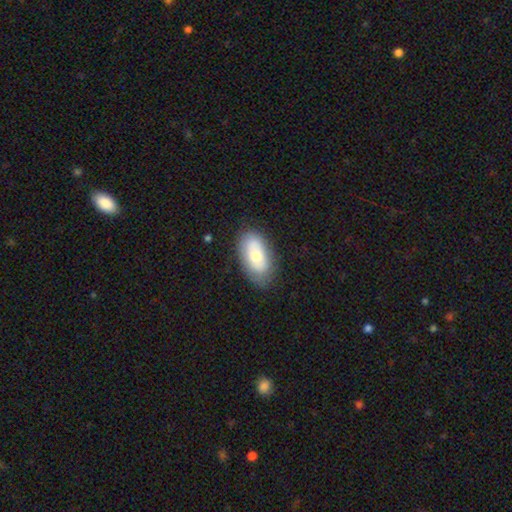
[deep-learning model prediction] Overall: smooth (62%; featured or disk 32%). How rounded: in between (92%). Merging: none (76%).